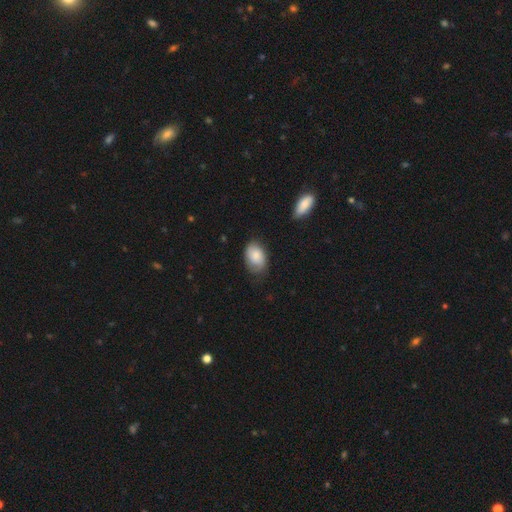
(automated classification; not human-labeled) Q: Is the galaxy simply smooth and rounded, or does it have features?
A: smooth — 79%.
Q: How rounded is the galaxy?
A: in between — 86%.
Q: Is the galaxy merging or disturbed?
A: none — 63%.